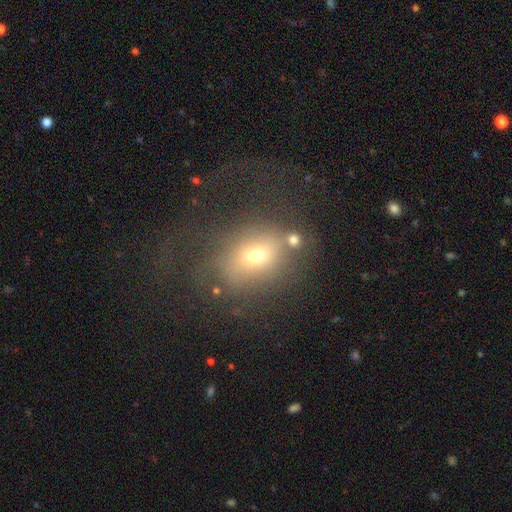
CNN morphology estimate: This appears to be a smooth galaxy with no disk features (59%) that is round (50%). Merging: none (44%).